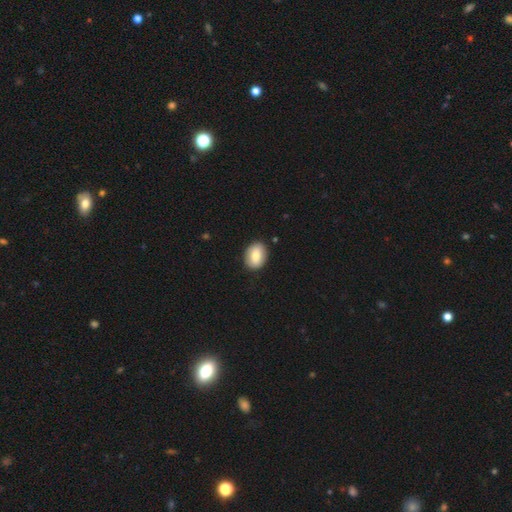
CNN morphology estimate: A smooth galaxy with no disk features (81%) that is in between round and cigar-shaped (69%).

Vote fractions:
- Smooth or featured? smooth: 81% / featured or disk: 12% / star or artifact: 7%
- How rounded? in between: 69% / round: 30% / cigar-shaped: 1%
- Merging? none: 87% / minor disturbance: 9% / major disturbance: 2% / merger: 1%